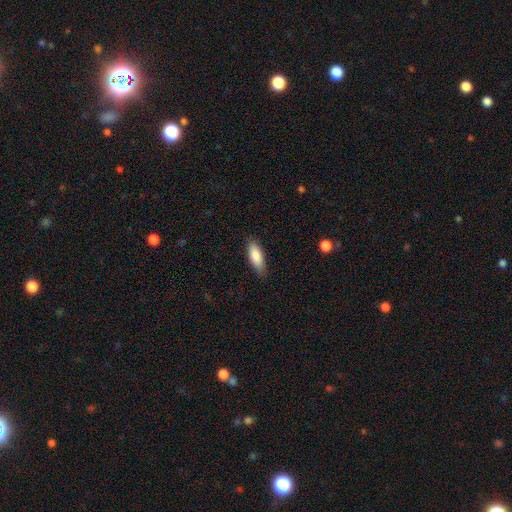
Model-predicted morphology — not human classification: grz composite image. It shows a smooth galaxy with no disk features (86%) that is in between round and cigar-shaped (65%). Merging: none (86%).